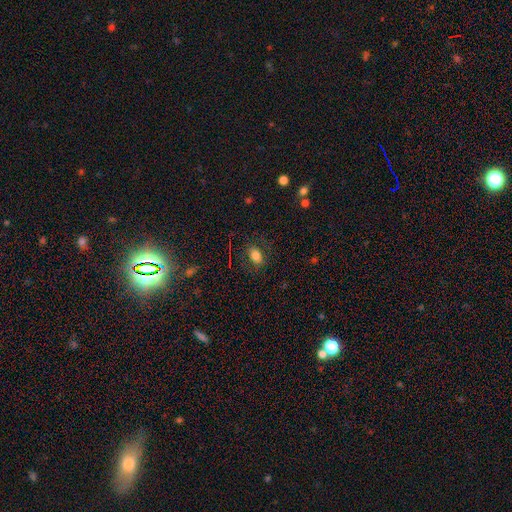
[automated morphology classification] A smooth galaxy with no disk features (78%) that is in between round and cigar-shaped (85%). Merging: none (80%).